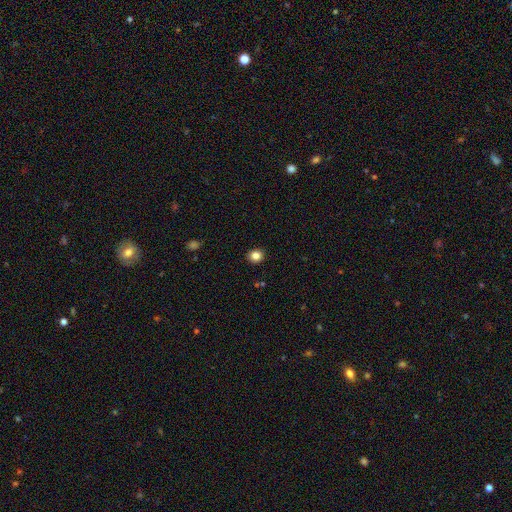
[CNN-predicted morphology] This is clearly a smooth galaxy (83%). How rounded: likely round (77%). Merging: clearly none (91%).